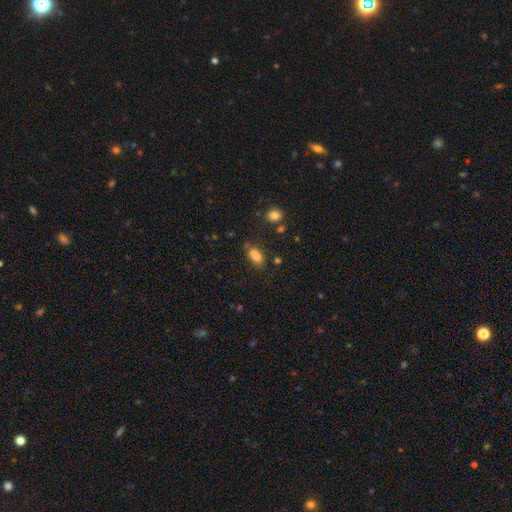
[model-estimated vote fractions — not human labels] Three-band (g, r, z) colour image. It shows a smooth galaxy with no disk features (79%) that is in between round and cigar-shaped (84%). Merging: none (59%).